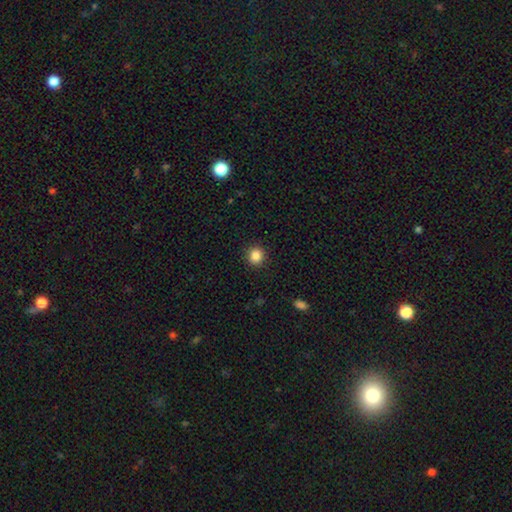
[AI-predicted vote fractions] Q: Smooth or featured?
A: smooth (86%); runner-up: star or artifact (10%)
Q: How rounded?
A: round (92%); runner-up: in between (7%)
Q: Merging?
A: none (92%); runner-up: minor disturbance (5%)